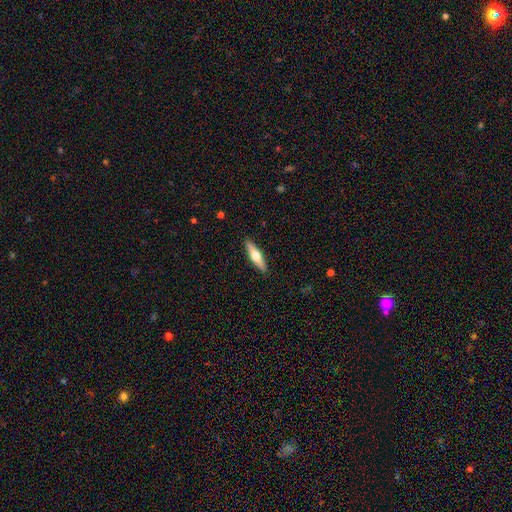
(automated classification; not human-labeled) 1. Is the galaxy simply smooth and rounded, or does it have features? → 53% featured or disk, 42% smooth, 5% star or artifact.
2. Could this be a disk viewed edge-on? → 94% yes, 6% no.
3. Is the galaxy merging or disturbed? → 91% none, 7% minor disturbance, 2% major disturbance, 1% merger.